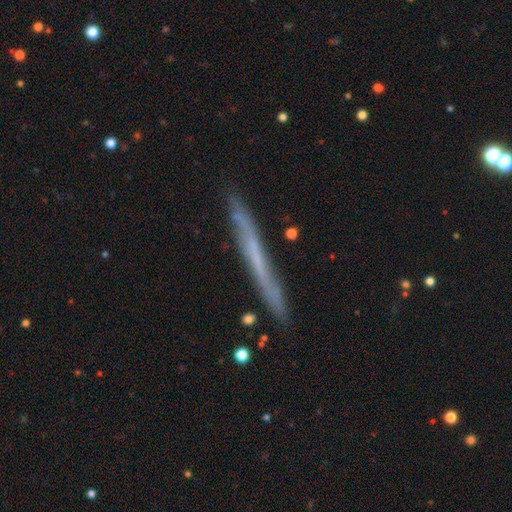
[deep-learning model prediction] This appears to be a featured or disk galaxy (52%) viewed edge-on (93%). Merging: none (85%).